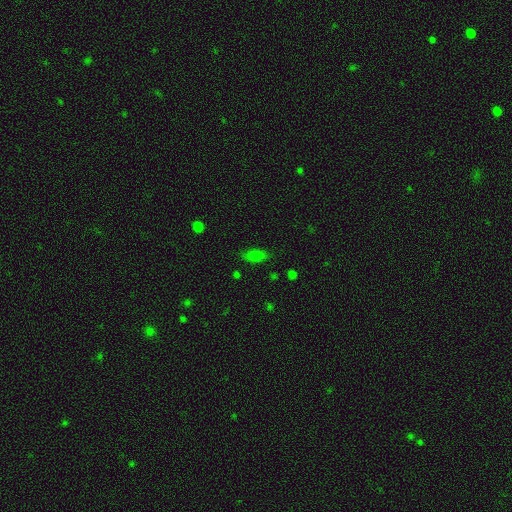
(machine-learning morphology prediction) Q: Smooth or featured?
A: smooth (69%); runner-up: featured or disk (16%)
Q: How rounded?
A: in between (79%); runner-up: cigar-shaped (14%)
Q: Merging?
A: none (82%); runner-up: minor disturbance (14%)